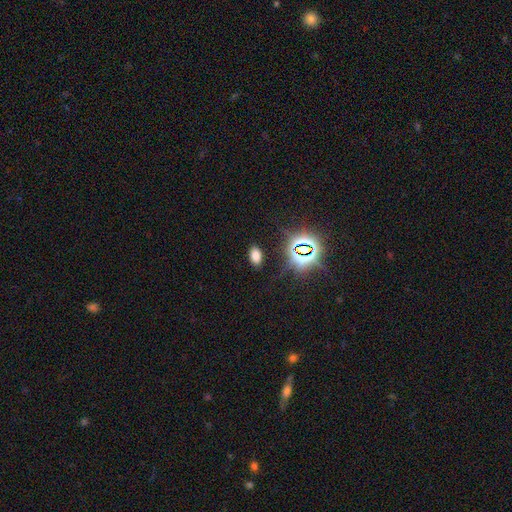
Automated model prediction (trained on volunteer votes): smooth 67%, star or artifact 27%, featured or disk 7%. Down the decision tree: how rounded — in between (92%); merging — none (87%).